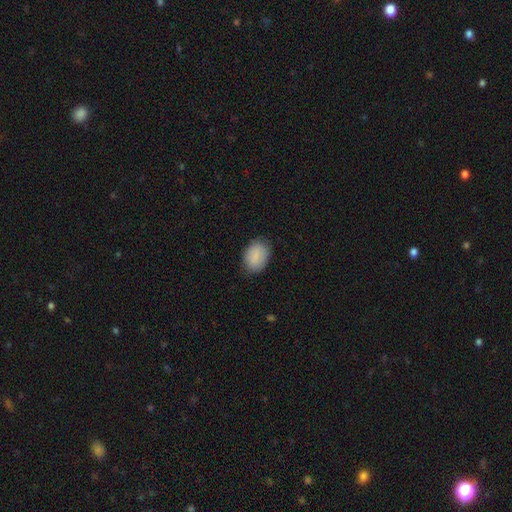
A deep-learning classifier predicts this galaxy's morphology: A smooth galaxy with no disk features (87%) that is in between round and cigar-shaped (80%).

Vote fractions:
- Smooth or featured? smooth: 87% / featured or disk: 7% / star or artifact: 6%
- How rounded? in between: 80% / round: 19% / cigar-shaped: 1%
- Merging? none: 81% / minor disturbance: 15% / major disturbance: 3% / merger: 1%